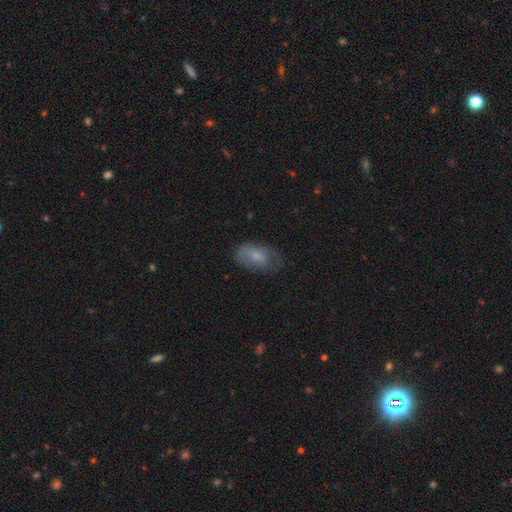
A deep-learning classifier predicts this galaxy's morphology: A smooth galaxy with no disk features (54%) that is in between round and cigar-shaped (90%). Merging: none (54%).